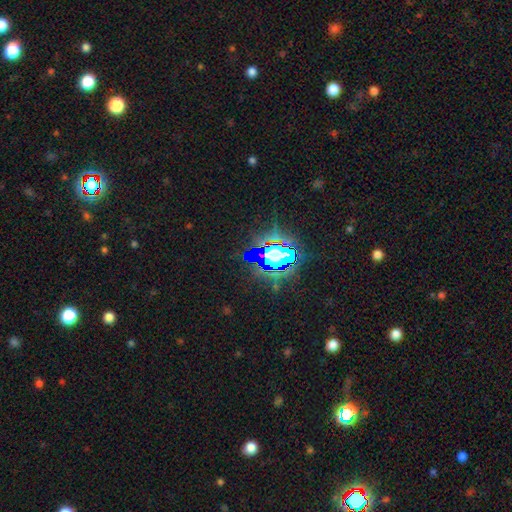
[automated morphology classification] Smooth or featured? Predicted: star or artifact (p=0.74).